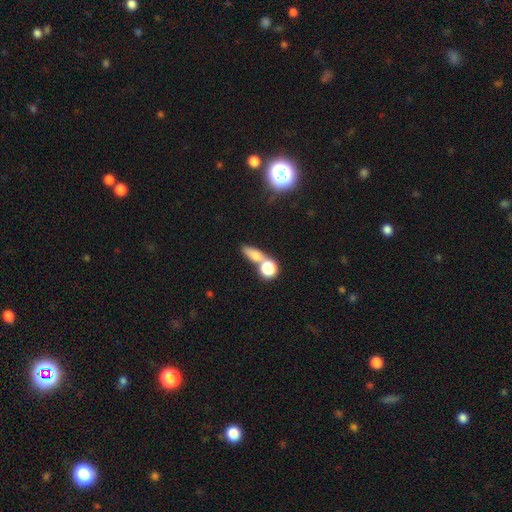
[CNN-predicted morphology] A smooth galaxy with no disk features (70%) that is in between round and cigar-shaped (46%).

Vote fractions:
- Smooth or featured? smooth: 70% / featured or disk: 15% / star or artifact: 15%
- How rounded? in between: 46% / round: 30% / cigar-shaped: 24%
- Merging? none: 44% / merger: 41% / minor disturbance: 9% / major disturbance: 5%